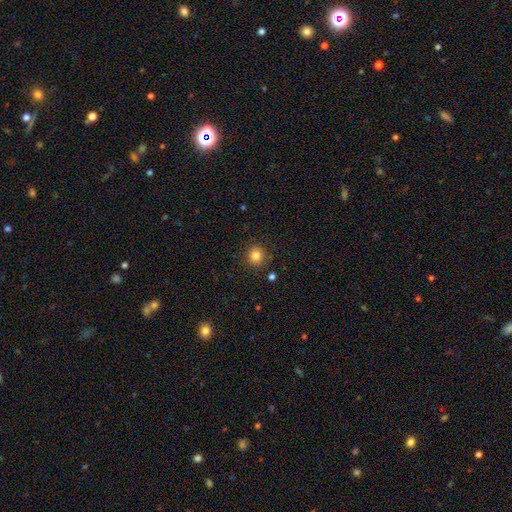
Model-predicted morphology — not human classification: This is clearly a smooth galaxy (83%). How rounded: clearly round (89%). Merging: clearly none (88%).